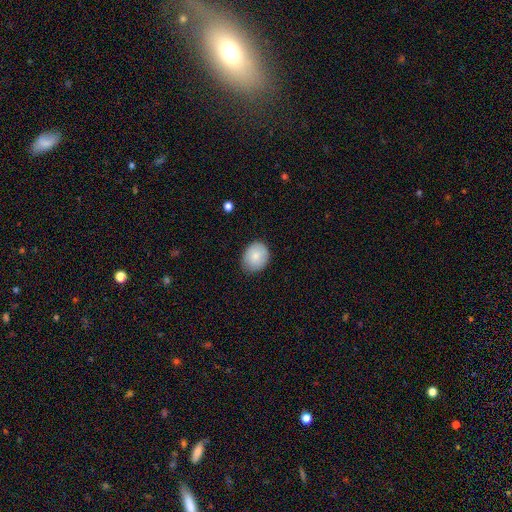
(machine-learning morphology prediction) A smooth galaxy with no disk features (82%) that is in between round and cigar-shaped (52%). Merging: none (80%).